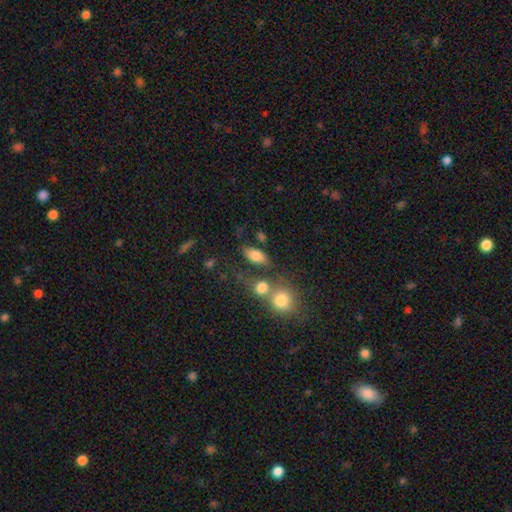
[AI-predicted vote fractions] Q: Smooth or featured?
A: smooth (79%); runner-up: featured or disk (11%)
Q: How rounded?
A: in between (84%); runner-up: round (9%)
Q: Merging?
A: none (60%); runner-up: merger (19%)